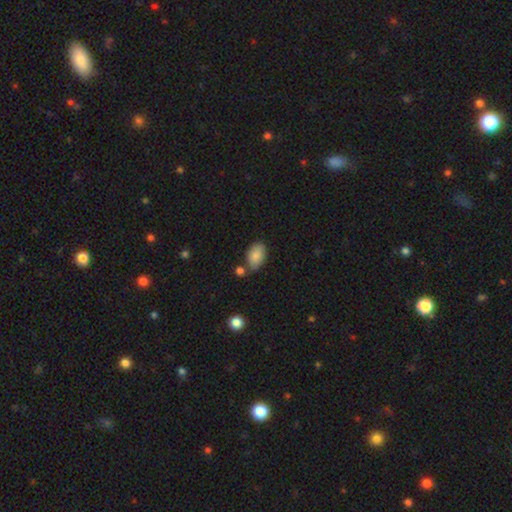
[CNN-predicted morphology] Smooth or featured? smooth (85%)
How rounded? in between (92%)
Merging? none (70%)